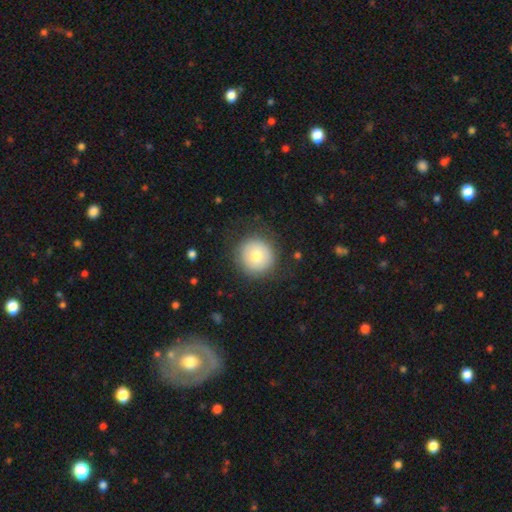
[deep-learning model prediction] Smooth or featured?
  - smooth: 72% *
  - featured or disk: 19%
  - star or artifact: 9%
How rounded?
  - round: 95% *
  - in between: 4%
  - cigar-shaped: 1%
Merging?
  - none: 84% *
  - minor disturbance: 10%
  - major disturbance: 5%
  - merger: 1%